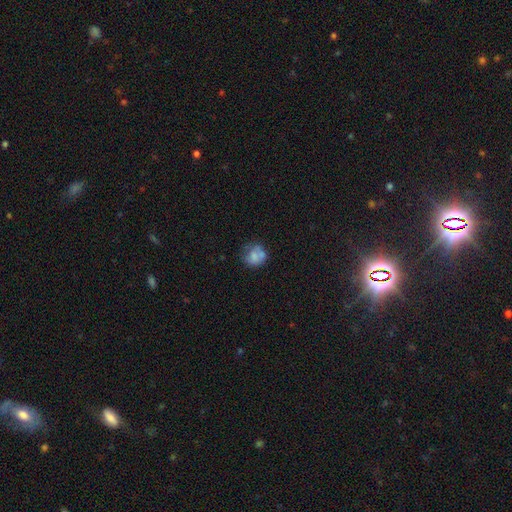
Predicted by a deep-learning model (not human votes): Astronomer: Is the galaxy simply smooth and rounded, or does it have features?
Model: smooth — 66%.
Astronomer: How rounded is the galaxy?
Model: round — 77%.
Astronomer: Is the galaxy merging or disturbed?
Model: none — 50%.